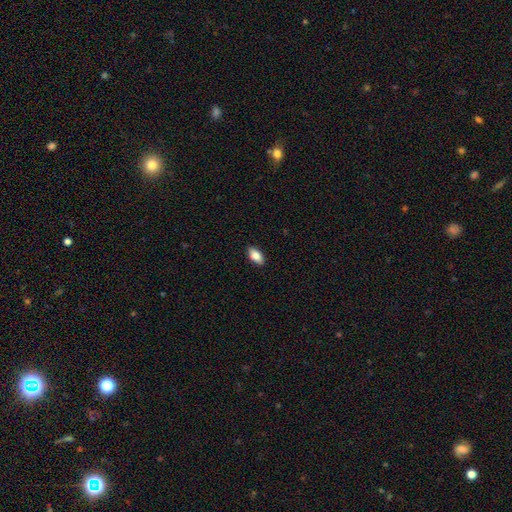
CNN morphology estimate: A smooth galaxy with no disk features (84%) that is in between round and cigar-shaped (90%). Merging: none (90%).